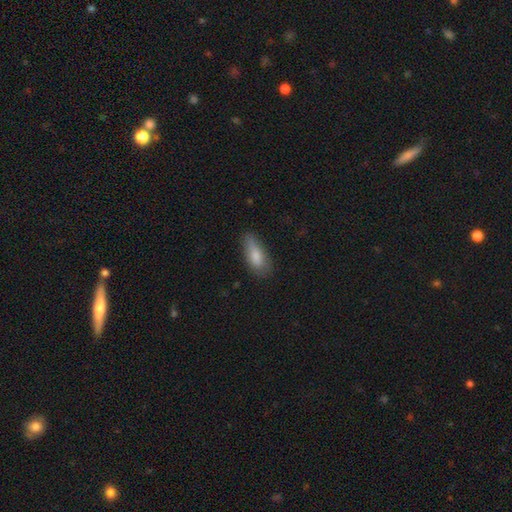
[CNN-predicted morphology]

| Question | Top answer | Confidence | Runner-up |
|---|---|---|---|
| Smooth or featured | smooth | 81% | featured or disk (12%) |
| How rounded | in between | 71% | cigar-shaped (26%) |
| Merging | none | 66% | minor disturbance (25%) |